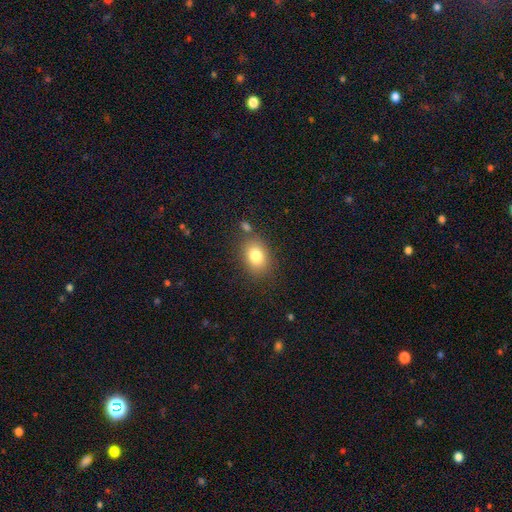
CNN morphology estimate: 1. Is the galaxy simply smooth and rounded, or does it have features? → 81% smooth, 10% featured or disk, 9% star or artifact.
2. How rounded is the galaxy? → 70% in between, 28% round, 1% cigar-shaped.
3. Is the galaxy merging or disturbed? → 76% none, 13% minor disturbance, 6% merger, 4% major disturbance.